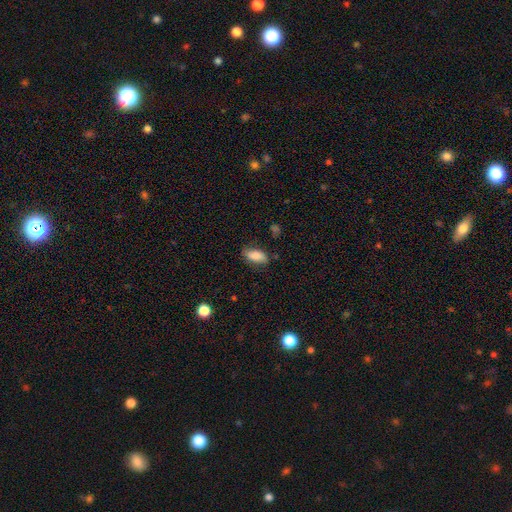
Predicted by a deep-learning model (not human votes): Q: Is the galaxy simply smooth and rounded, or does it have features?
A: smooth — 83%.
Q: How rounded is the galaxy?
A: in between — 89%.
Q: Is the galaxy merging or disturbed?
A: none — 73%.